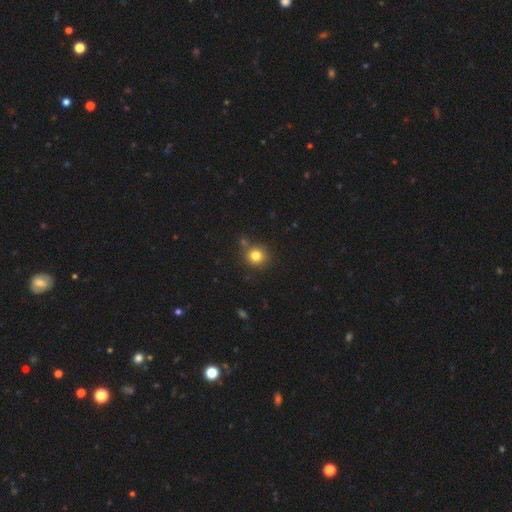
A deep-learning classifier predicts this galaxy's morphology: Smooth or featured? Predicted: smooth (p=0.81). How rounded? Predicted: round (p=0.91). Merging? Predicted: none (p=0.78).